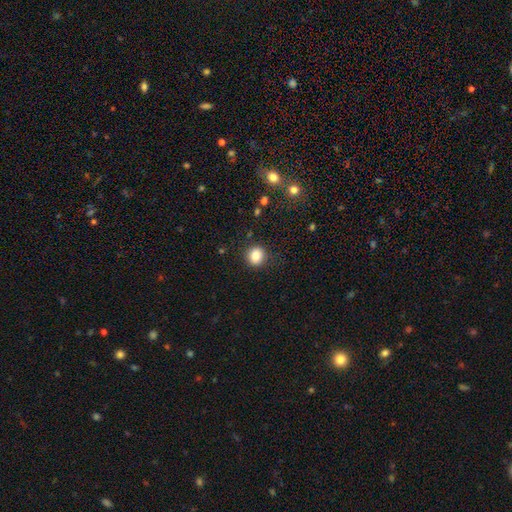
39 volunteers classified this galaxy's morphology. A smooth galaxy with no disk features (85%) that is round (85%). Merging: none (94%).